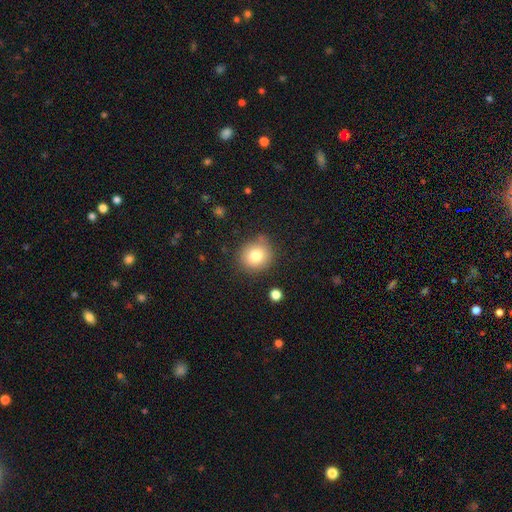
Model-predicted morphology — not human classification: A smooth galaxy with no disk features (78%) that is round (84%).

Vote fractions:
- Smooth or featured? smooth: 78% / star or artifact: 11% / featured or disk: 10%
- How rounded? round: 84% / in between: 15% / cigar-shaped: 1%
- Merging? none: 81% / minor disturbance: 12% / major disturbance: 4% / merger: 3%